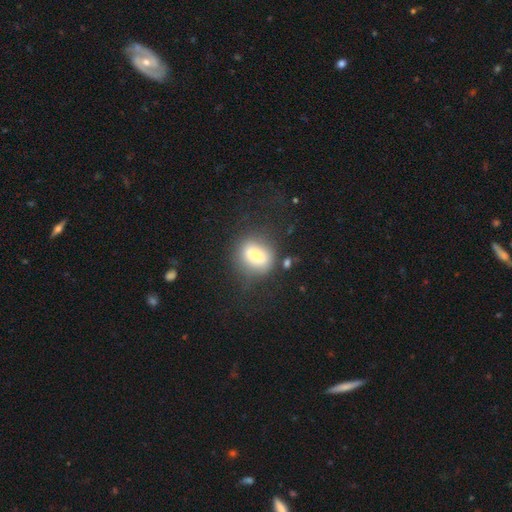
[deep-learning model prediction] Q: Smooth or featured?
A: smooth (70%); runner-up: featured or disk (19%)
Q: How rounded?
A: in between (53%); runner-up: round (40%)
Q: Merging?
A: none (59%); runner-up: minor disturbance (19%)